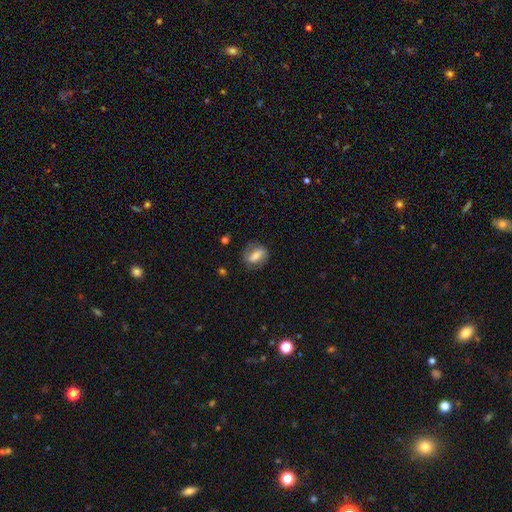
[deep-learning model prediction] Q: Smooth or featured?
A: smooth (53%); runner-up: featured or disk (40%)
Q: How rounded?
A: in between (70%); runner-up: round (23%)
Q: Merging?
A: none (74%); runner-up: minor disturbance (17%)